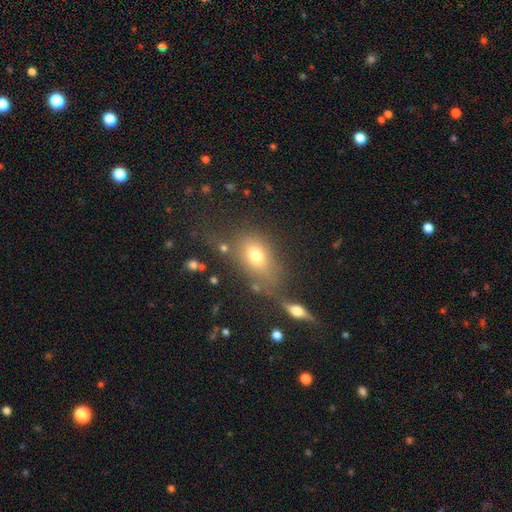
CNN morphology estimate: Smooth or featured? Predicted: smooth (p=0.69). How rounded? Predicted: in between (p=0.75). Merging? Predicted: none (p=0.57).